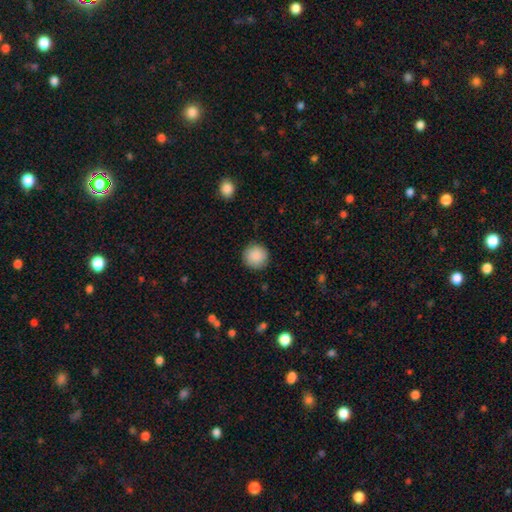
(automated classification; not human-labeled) A smooth galaxy with no disk features (89%) that is round (95%).

Vote fractions:
- Smooth or featured? smooth: 89% / star or artifact: 7% / featured or disk: 3%
- How rounded? round: 95% / in between: 4% / cigar-shaped: 1%
- Merging? none: 91% / minor disturbance: 6% / major disturbance: 2% / merger: 1%